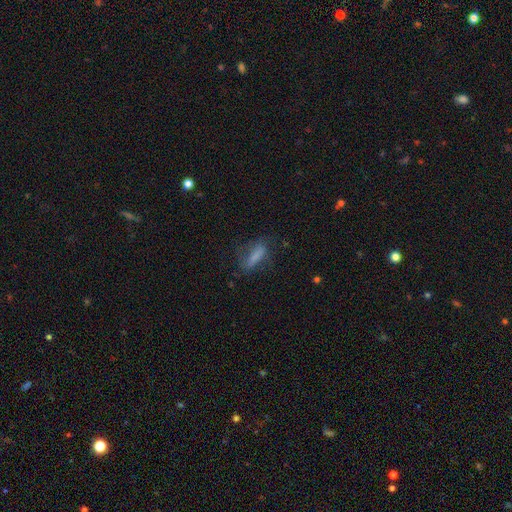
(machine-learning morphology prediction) type=smooth (65%); roundness=cigar-shaped (57%); merging=none (60%).